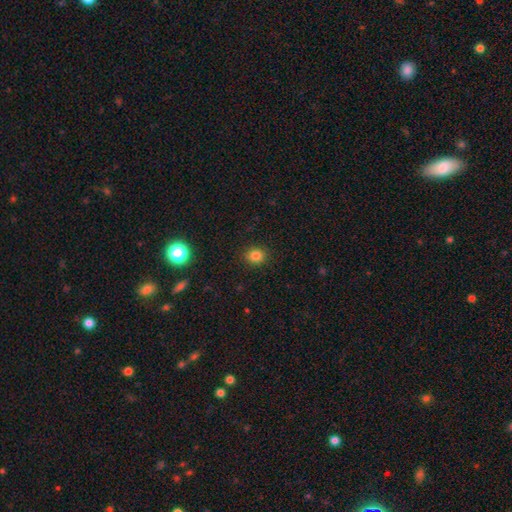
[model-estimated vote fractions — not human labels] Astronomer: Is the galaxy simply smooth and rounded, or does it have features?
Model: smooth — 82%.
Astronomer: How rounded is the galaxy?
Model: round — 77%.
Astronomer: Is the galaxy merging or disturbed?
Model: none — 90%.